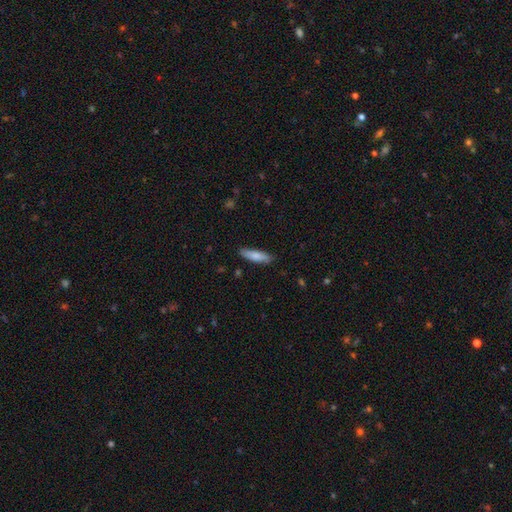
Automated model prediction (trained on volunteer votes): The model was most divided on "how rounded": cigar-shaped: 68%, in between: 30%, round: 2%. More confident: merging — none (86%); smooth or featured — smooth (79%).